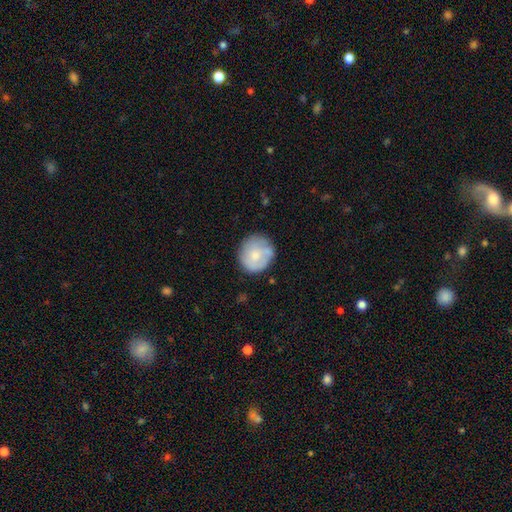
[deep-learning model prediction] Q: Smooth or featured?
A: smooth (61%); runner-up: featured or disk (32%)
Q: How rounded?
A: round (82%); runner-up: in between (17%)
Q: Merging?
A: none (69%); runner-up: minor disturbance (21%)